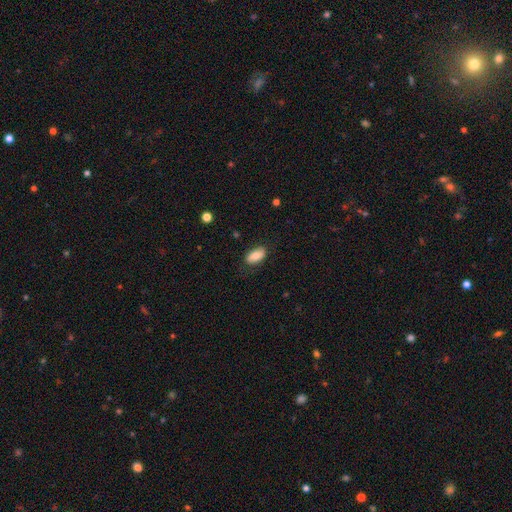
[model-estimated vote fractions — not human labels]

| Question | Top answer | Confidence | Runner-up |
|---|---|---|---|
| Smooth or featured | smooth | 79% | featured or disk (14%) |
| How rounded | in between | 91% | cigar-shaped (5%) |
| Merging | none | 79% | minor disturbance (16%) |